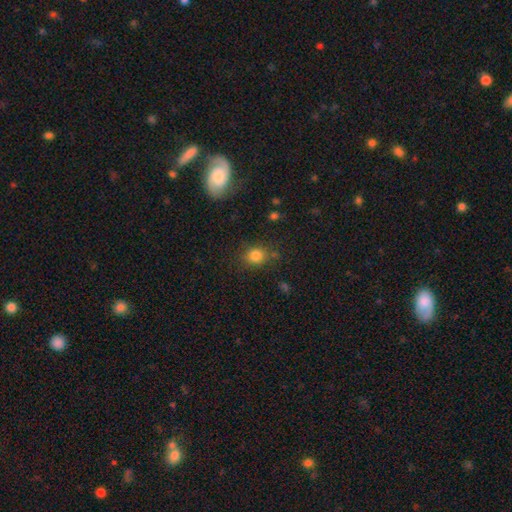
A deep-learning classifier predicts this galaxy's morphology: This appears to be a smooth galaxy with no disk features (81%) that is round (75%). Merging: none (78%).